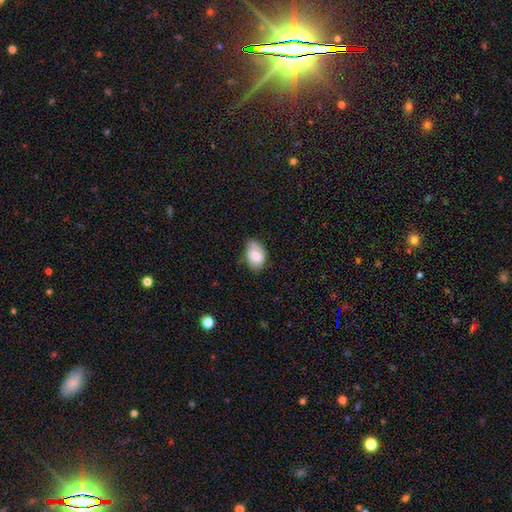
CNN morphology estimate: Q: Smooth or featured?
A: smooth (71%); runner-up: featured or disk (21%)
Q: How rounded?
A: in between (83%); runner-up: round (16%)
Q: Merging?
A: none (57%); runner-up: minor disturbance (33%)